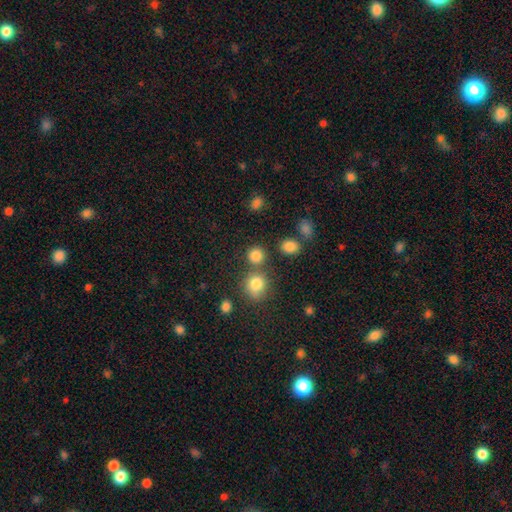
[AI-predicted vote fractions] Q: Smooth or featured?
A: smooth (81%); runner-up: star or artifact (13%)
Q: How rounded?
A: round (89%); runner-up: in between (10%)
Q: Merging?
A: none (71%); runner-up: merger (17%)